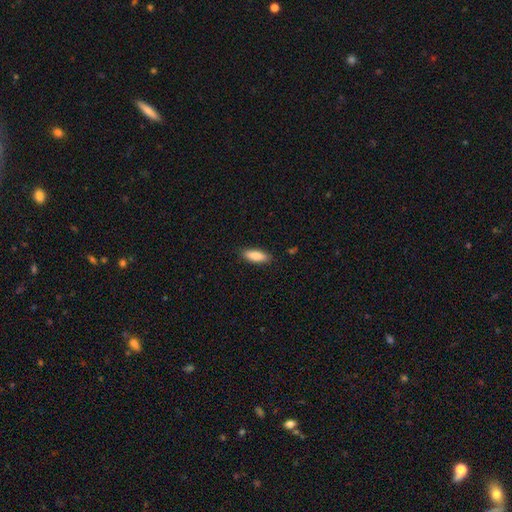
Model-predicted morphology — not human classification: The model was most divided on "how rounded": in between: 66%, cigar-shaped: 32%, round: 2%. More confident: merging — none (86%); smooth or featured — smooth (86%).